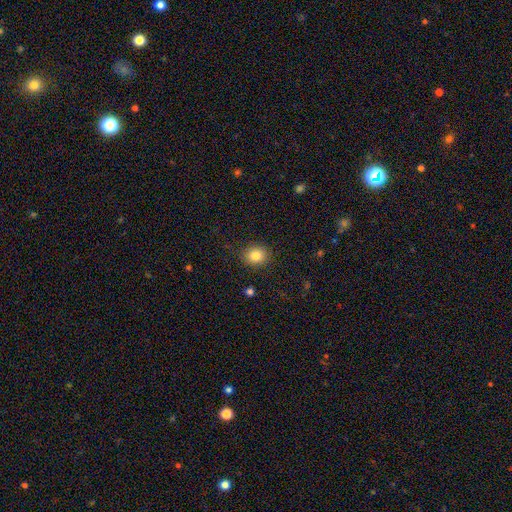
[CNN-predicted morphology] smooth 83%, star or artifact 11%, featured or disk 6%. Down the decision tree: how rounded — round (75%); merging — none (88%).